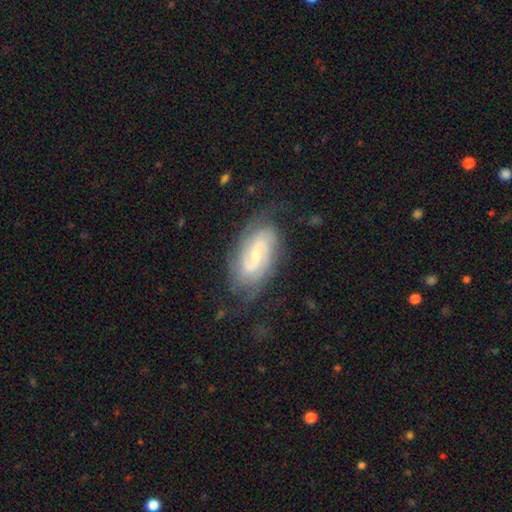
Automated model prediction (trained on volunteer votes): The model was most divided on "bar": weak: 48%, no: 33%, strong: 19%. More confident: spiral arms — yes (95%); edge-on disk — no (95%); smooth or featured — featured or disk (82%); merging — none (70%); bulge size — small (65%); spiral arm count — 2 (57%); spiral winding — tight (53%).